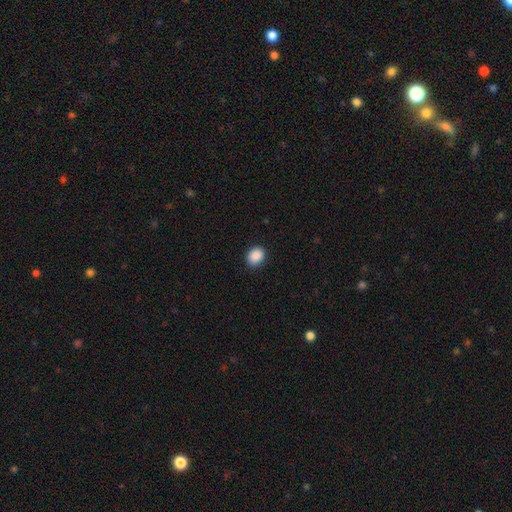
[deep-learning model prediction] A smooth galaxy with no disk features (90%) that is round (51%). Merging: none (90%).